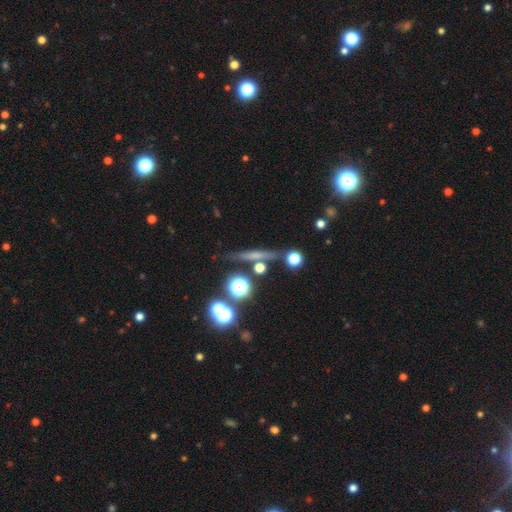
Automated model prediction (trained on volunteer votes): smooth 43%, featured or disk 40%, star or artifact 17%. Down the decision tree: merging — none (79%).